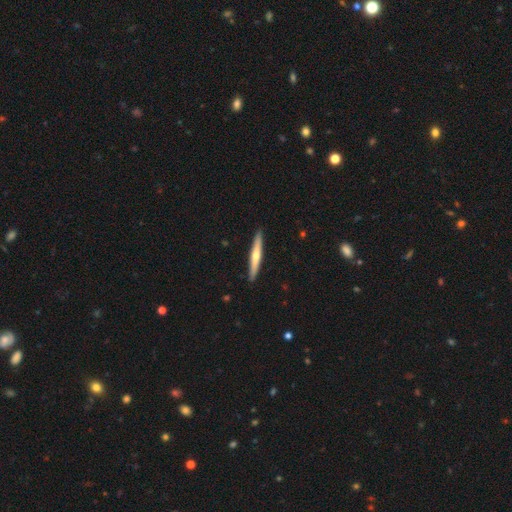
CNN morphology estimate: Q: Smooth or featured?
A: featured or disk (53%); runner-up: smooth (42%)
Q: Edge-on disk?
A: yes (96%); runner-up: no (4%)
Q: Edge-on bulge?
A: rounded (79%); runner-up: none (18%)
Q: Merging?
A: none (91%); runner-up: minor disturbance (6%)